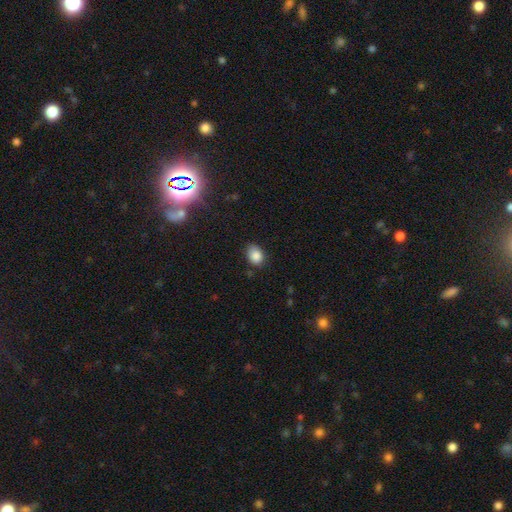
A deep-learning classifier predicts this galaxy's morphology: This appears to be a smooth galaxy with no disk features (86%) that is in between round and cigar-shaped (68%). Merging: none (74%).